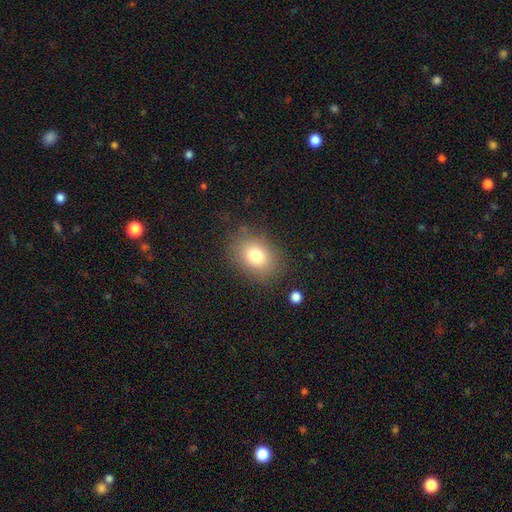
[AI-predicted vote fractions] Overall: smooth (79%). How rounded: in between (65%; round 34%). Merging: none (80%).